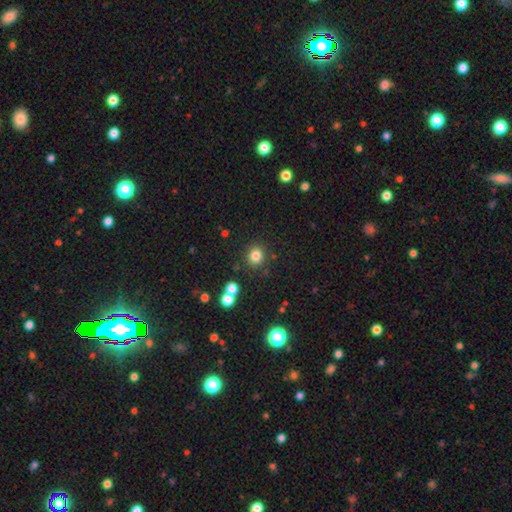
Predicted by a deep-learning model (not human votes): A smooth galaxy with no disk features (81%) that is round (79%). Merging: none (84%).